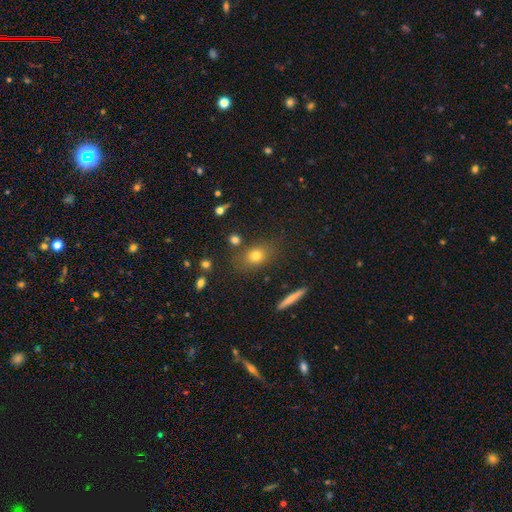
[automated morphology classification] Q: Smooth or featured?
A: smooth (72%); runner-up: star or artifact (14%)
Q: How rounded?
A: in between (57%); runner-up: round (37%)
Q: Merging?
A: none (78%); runner-up: minor disturbance (12%)